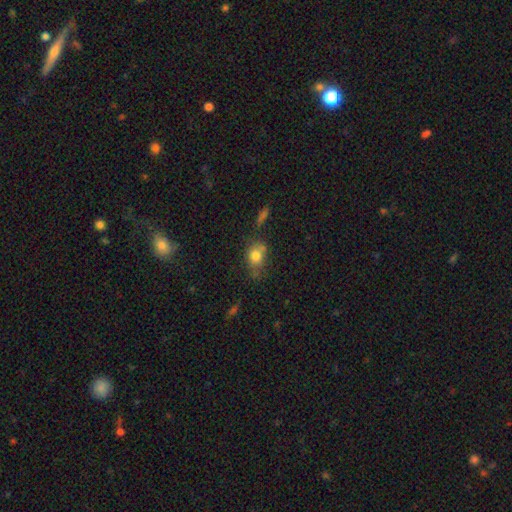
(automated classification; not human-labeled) A smooth galaxy with no disk features (78%) that is in between round and cigar-shaped (57%).

Vote fractions:
- Smooth or featured? smooth: 78% / featured or disk: 11% / star or artifact: 11%
- How rounded? in between: 57% / round: 40% / cigar-shaped: 2%
- Merging? none: 57% / minor disturbance: 24% / merger: 11% / major disturbance: 8%